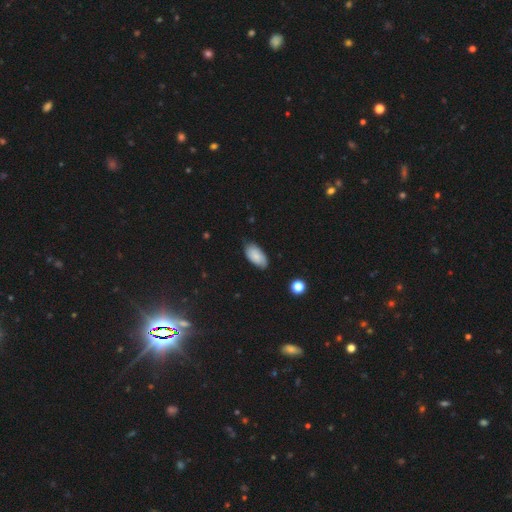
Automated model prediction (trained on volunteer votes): Smooth or featured: smooth — 75% (featured or disk — 18%)
How rounded: in between — 94% (cigar-shaped — 3%)
Merging: none — 71% (minor disturbance — 24%)